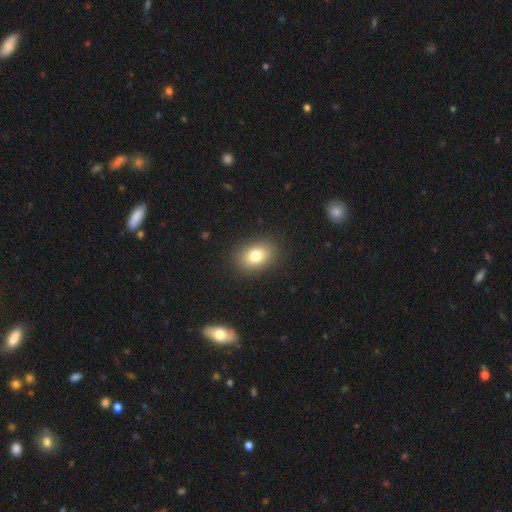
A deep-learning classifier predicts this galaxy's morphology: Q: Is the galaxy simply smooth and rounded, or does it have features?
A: smooth — 81%.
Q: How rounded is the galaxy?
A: in between — 76%.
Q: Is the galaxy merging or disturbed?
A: none — 88%.